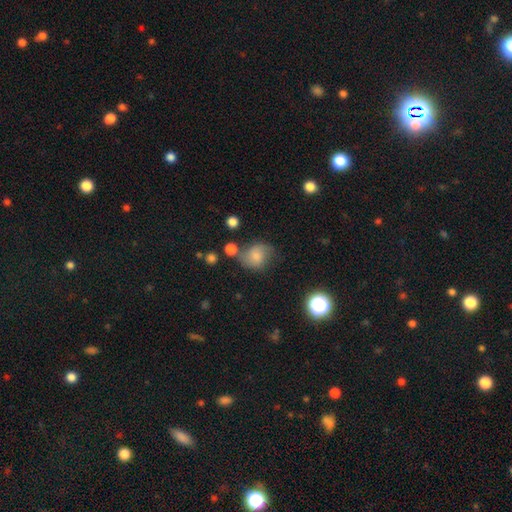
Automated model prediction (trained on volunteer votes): A smooth galaxy with no disk features (62%) that is round (57%).

Vote fractions:
- Smooth or featured? smooth: 62% / featured or disk: 26% / star or artifact: 12%
- How rounded? round: 57% / in between: 41% / cigar-shaped: 1%
- Merging? none: 51% / minor disturbance: 27% / major disturbance: 12% / merger: 10%